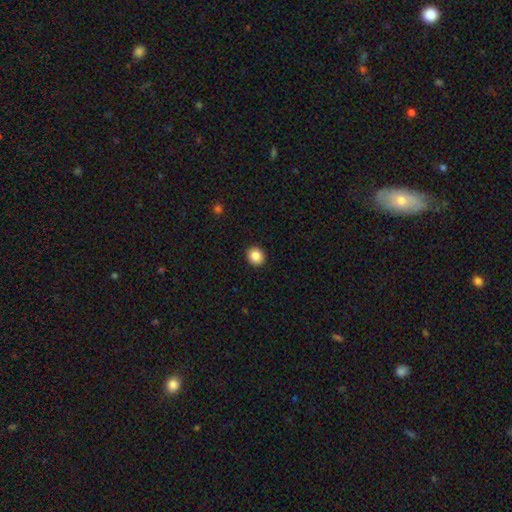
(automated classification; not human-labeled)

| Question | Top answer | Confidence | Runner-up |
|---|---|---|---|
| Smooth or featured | smooth | 87% | star or artifact (9%) |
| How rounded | round | 80% | in between (19%) |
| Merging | none | 92% | minor disturbance (6%) |